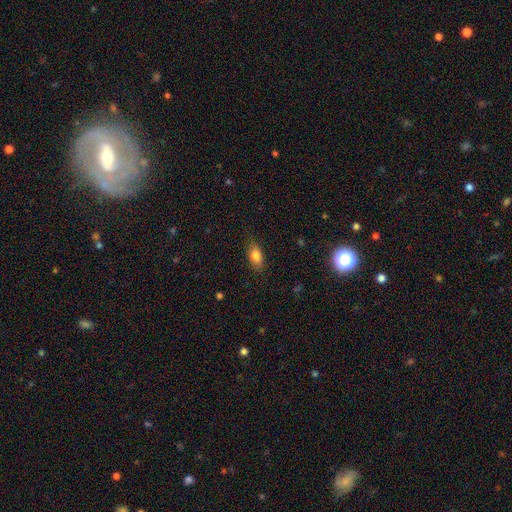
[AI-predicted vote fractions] smooth 81%, featured or disk 10%, star or artifact 8%. Down the decision tree: how rounded — in between (84%); merging — none (84%).